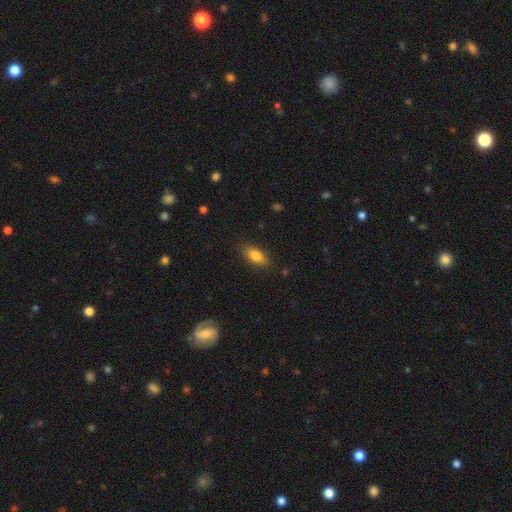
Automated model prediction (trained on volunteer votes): Smooth or featured? smooth (84%)
How rounded? in between (86%)
Merging? none (86%)